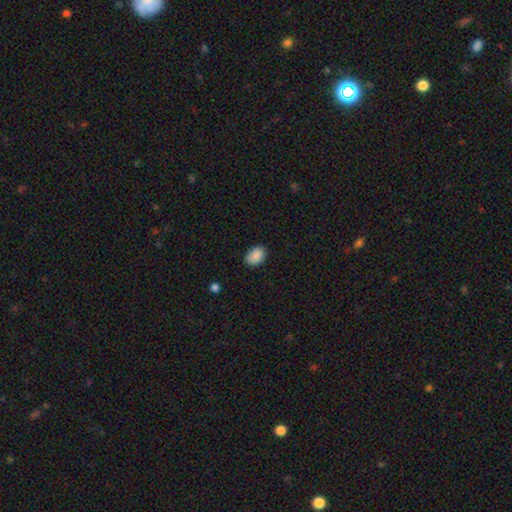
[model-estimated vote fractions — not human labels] A smooth galaxy with no disk features (89%) that is in between round and cigar-shaped (82%). Merging: none (85%).